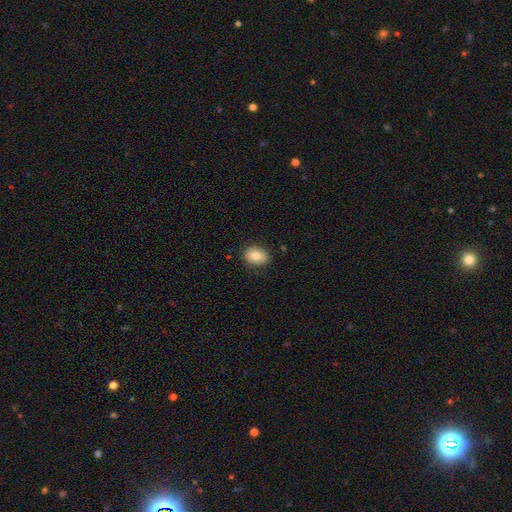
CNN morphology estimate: Smooth or featured? Predicted: smooth (p=0.81). How rounded? Predicted: in between (p=0.71). Merging? Predicted: none (p=0.85).